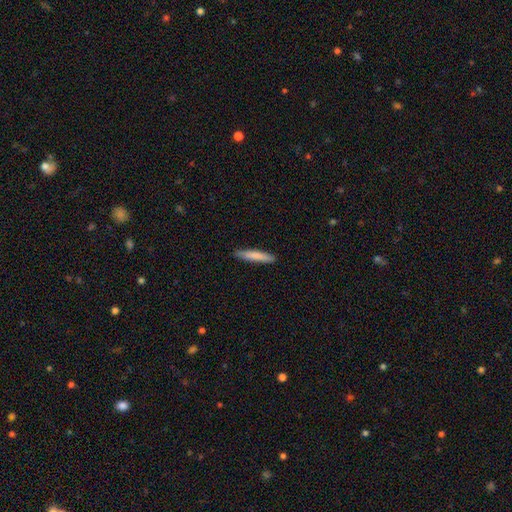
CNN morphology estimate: smooth 81%, featured or disk 13%, star or artifact 6%. Down the decision tree: how rounded — cigar-shaped (92%); merging — none (89%).